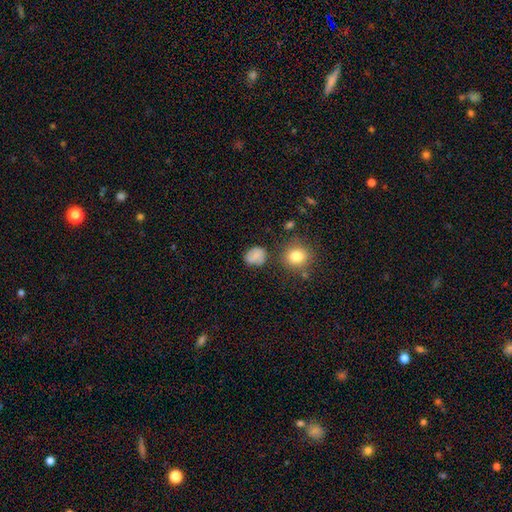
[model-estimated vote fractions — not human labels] Smooth or featured? smooth (71%)
How rounded? round (67%)
Merging? none (70%)